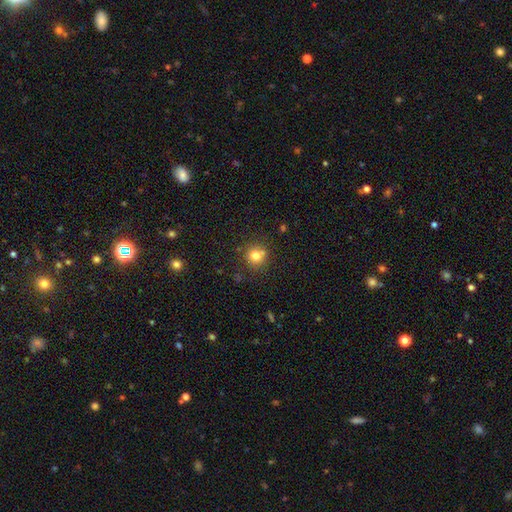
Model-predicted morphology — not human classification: A smooth galaxy with no disk features (77%) that is round (91%).

Vote fractions:
- Smooth or featured? smooth: 77% / star or artifact: 14% / featured or disk: 9%
- How rounded? round: 91% / in between: 8% / cigar-shaped: 1%
- Merging? none: 75% / merger: 12% / minor disturbance: 10% / major disturbance: 3%